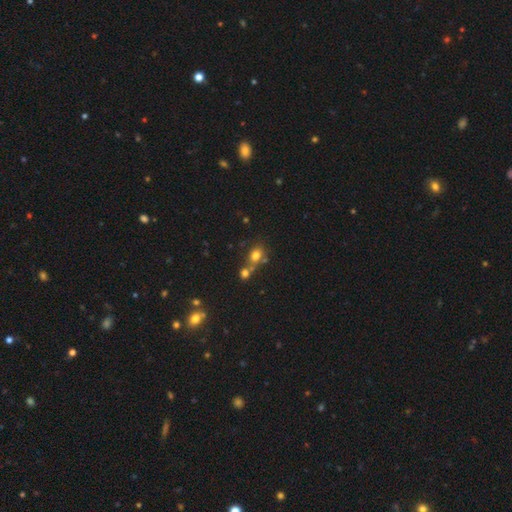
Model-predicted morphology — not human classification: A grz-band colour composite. It shows a smooth galaxy with no disk features (74%) that is round (52%). Merging: none (46%).